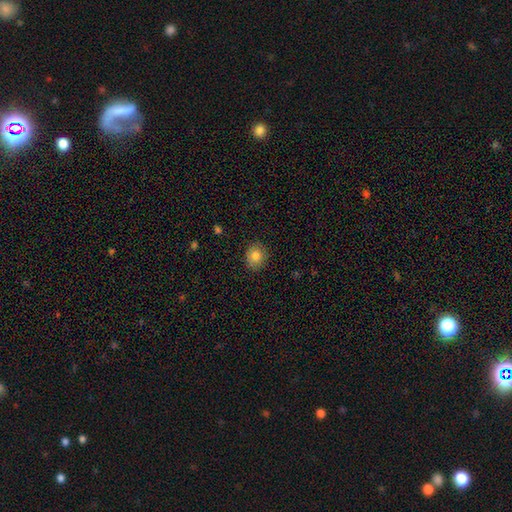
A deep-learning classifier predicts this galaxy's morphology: Smooth or featured: smooth — 81% (star or artifact — 10%)
How rounded: round — 68% (in between — 31%)
Merging: none — 86% (minor disturbance — 10%)